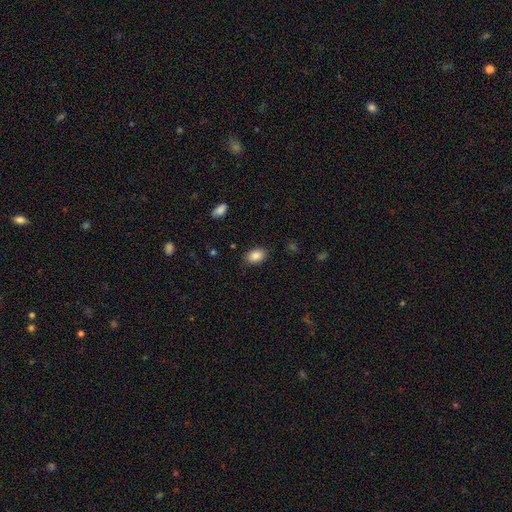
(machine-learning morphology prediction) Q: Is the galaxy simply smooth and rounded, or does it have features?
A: smooth — 86%.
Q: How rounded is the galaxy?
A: in between — 85%.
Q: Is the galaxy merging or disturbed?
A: none — 85%.